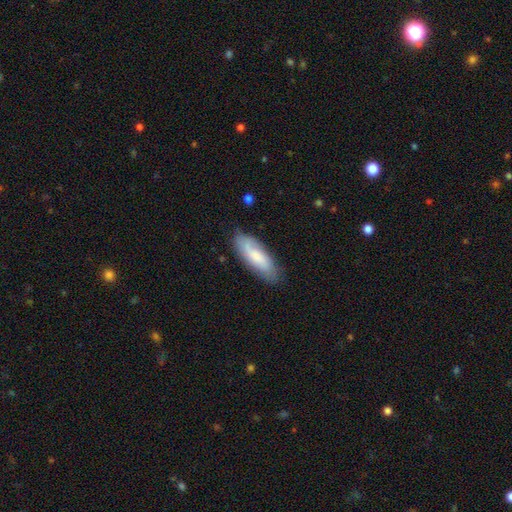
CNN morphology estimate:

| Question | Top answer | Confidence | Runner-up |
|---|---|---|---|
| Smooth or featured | smooth | 63% | featured or disk (31%) |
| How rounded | in between | 65% | cigar-shaped (33%) |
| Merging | none | 78% | minor disturbance (17%) |